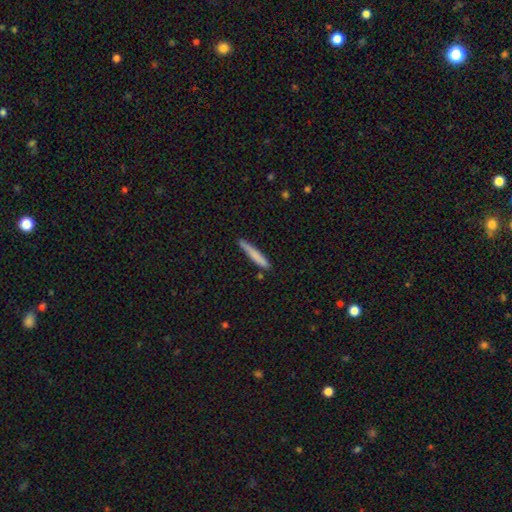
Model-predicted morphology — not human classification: This is likely a smooth galaxy (78%). How rounded: clearly cigar-shaped (95%). Merging: clearly none (81%).